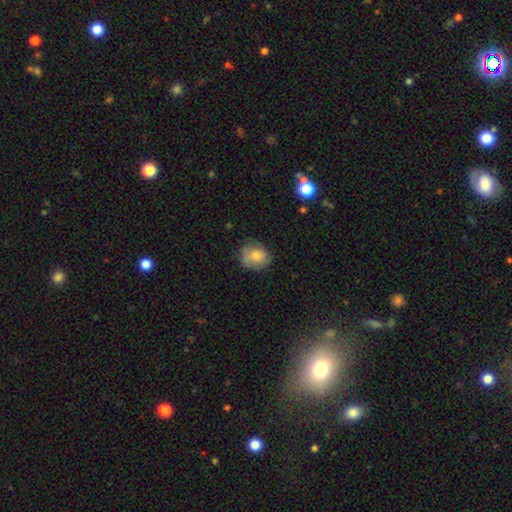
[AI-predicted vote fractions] Smooth or featured? smooth (69%)
How rounded? round (73%)
Merging? none (71%)